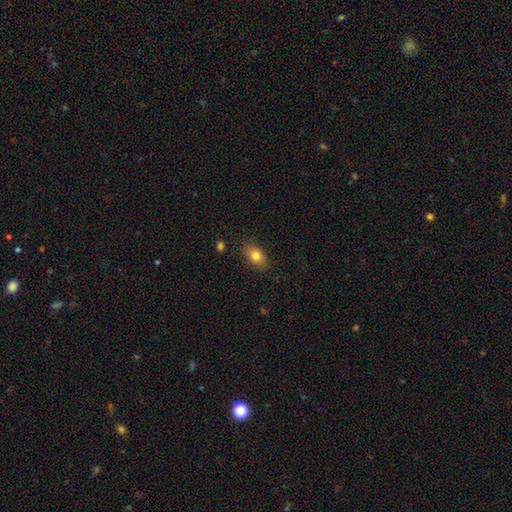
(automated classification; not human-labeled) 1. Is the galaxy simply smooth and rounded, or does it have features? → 81% smooth, 10% featured or disk, 9% star or artifact.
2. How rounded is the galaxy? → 83% in between, 14% round, 3% cigar-shaped.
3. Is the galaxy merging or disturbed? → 84% none, 12% minor disturbance, 3% major disturbance, 2% merger.